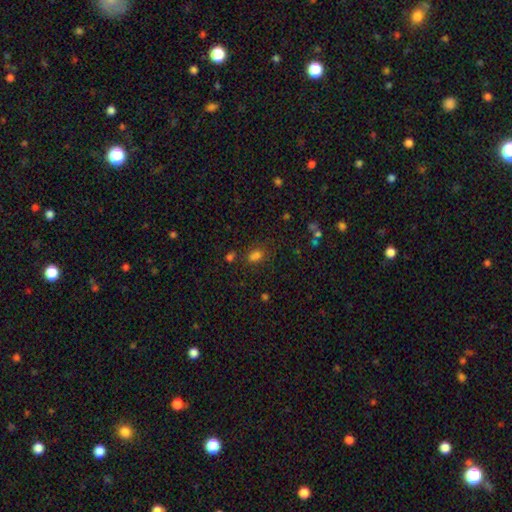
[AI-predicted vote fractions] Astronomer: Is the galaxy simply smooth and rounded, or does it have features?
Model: smooth — 73%.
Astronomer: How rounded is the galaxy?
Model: in between — 68%.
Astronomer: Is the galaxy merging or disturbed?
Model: none — 65%.